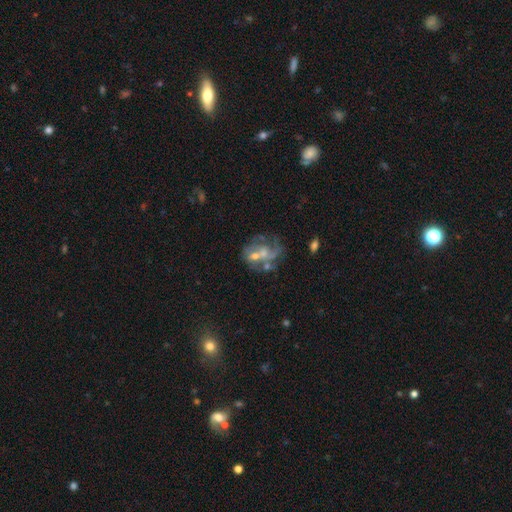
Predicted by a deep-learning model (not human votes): This appears to be a featured or disk galaxy (65%) with no bar (67%), spiral arms (52%) and a small central bulge (42%). Merging: none (33%).